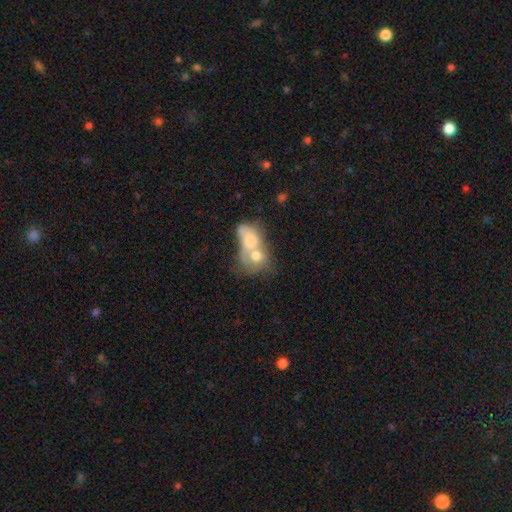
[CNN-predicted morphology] A smooth galaxy with no disk features (65%) that is in between round and cigar-shaped (55%). Merging: merger (75%).